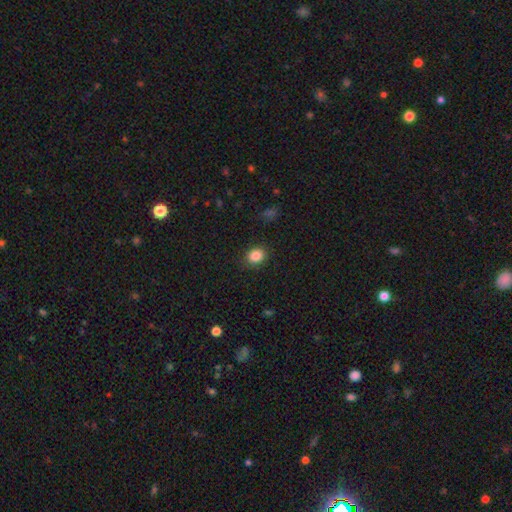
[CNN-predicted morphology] Q: Smooth or featured?
A: smooth (86%); runner-up: star or artifact (10%)
Q: How rounded?
A: round (56%); runner-up: in between (43%)
Q: Merging?
A: none (87%); runner-up: minor disturbance (9%)